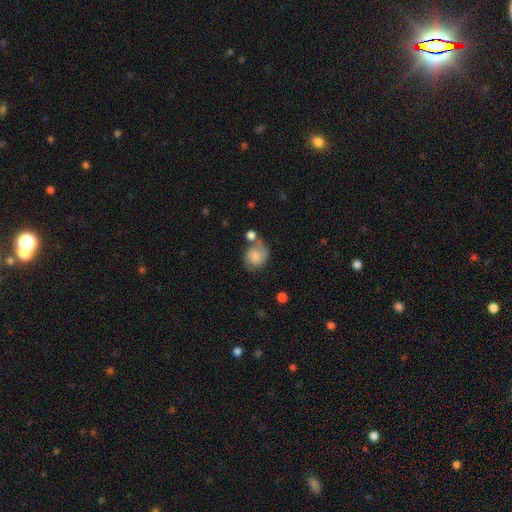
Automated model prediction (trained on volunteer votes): Morphology: type=smooth (68%); roundness=round (71%); merging=none (41%).